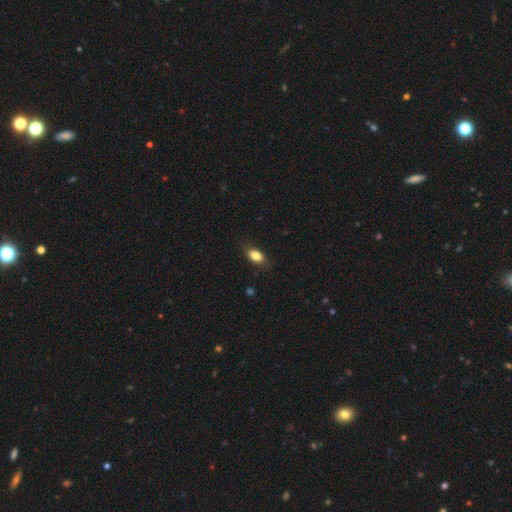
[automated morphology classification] A smooth galaxy with no disk features (83%) that is in between round and cigar-shaped (83%). Merging: none (79%).